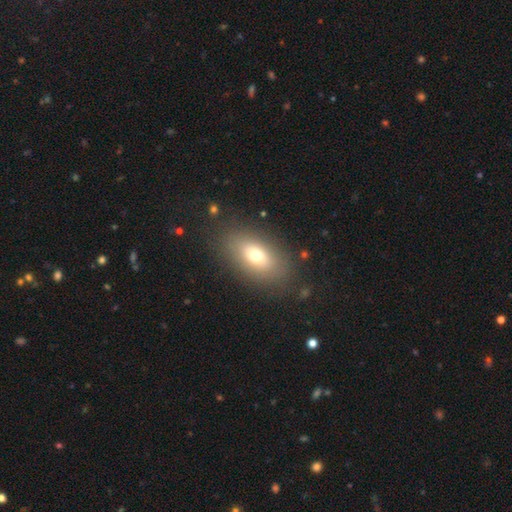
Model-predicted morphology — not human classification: The model was most divided on "smooth or featured": smooth: 70%, featured or disk: 19%, star or artifact: 11%. More confident: how rounded — in between (85%); merging — none (83%).